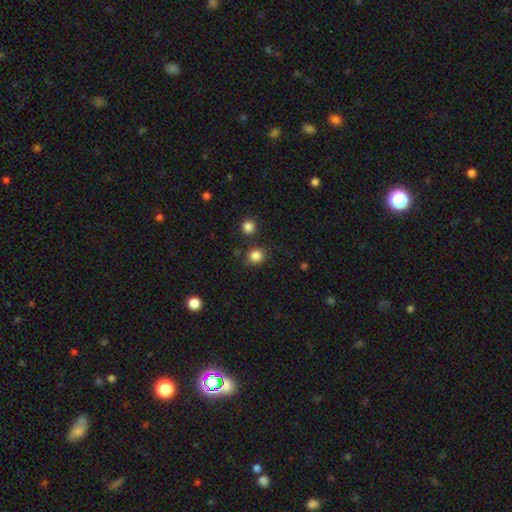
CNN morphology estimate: Smooth or featured? smooth (84%)
How rounded? round (76%)
Merging? none (80%)